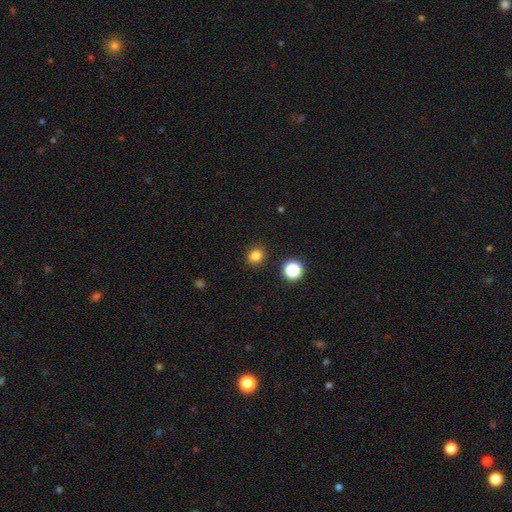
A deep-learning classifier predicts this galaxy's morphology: Smooth or featured?
  - smooth: 81% *
  - star or artifact: 14%
  - featured or disk: 5%
How rounded?
  - round: 74% *
  - in between: 25%
  - cigar-shaped: 1%
Merging?
  - none: 88% *
  - minor disturbance: 8%
  - major disturbance: 2%
  - merger: 2%